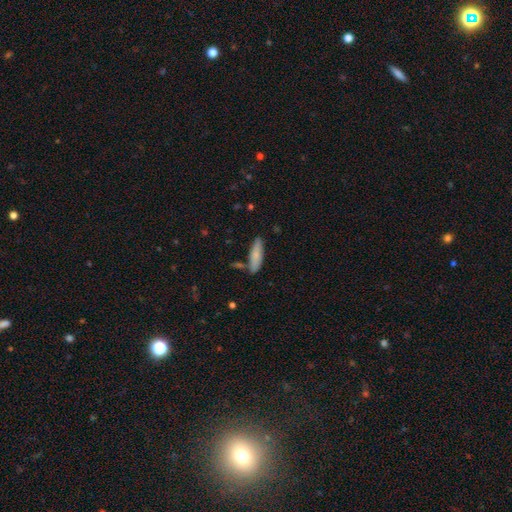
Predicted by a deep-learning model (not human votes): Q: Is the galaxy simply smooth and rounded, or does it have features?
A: smooth — 80%.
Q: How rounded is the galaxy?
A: cigar-shaped — 53%.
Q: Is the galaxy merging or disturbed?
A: none — 77%.